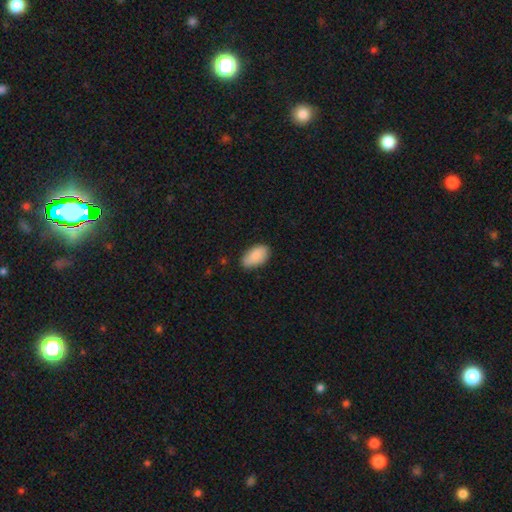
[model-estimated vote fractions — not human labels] Smooth or featured: smooth — 88% (star or artifact — 6%)
How rounded: in between — 95% (round — 3%)
Merging: none — 77% (minor disturbance — 19%)